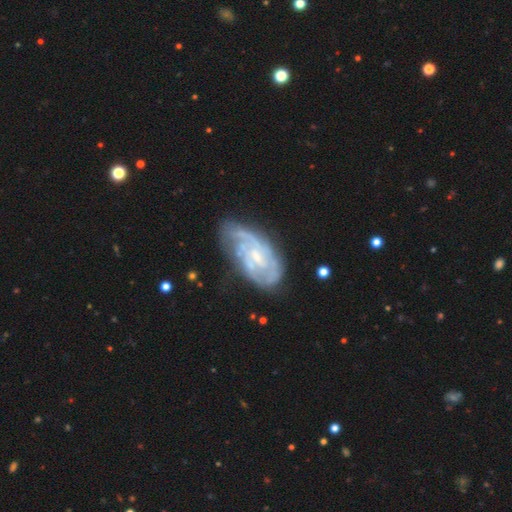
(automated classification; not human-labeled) smooth-or-featured: featured or disk: 80% | smooth: 14% | star or artifact: 7%
  disk-edge-on: no: 95% | yes: 5%
    bar: no: 50% | weak: 41% | strong: 8%
    has-spiral-arms: yes: 90% | no: 10%
      spiral-winding: tight: 54% | medium: 35% | loose: 11%
      spiral-arm-count: can't tell: 38% | 2: 27% | 3: 19% | 4: 7% | 1: 5% | more than 4: 4%
    bulge-size: small: 57% | moderate: 27% | none: 13% | large: 2% | dominant: 1%
  merging: none: 56% | minor disturbance: 27% | major disturbance: 14% | merger: 3%